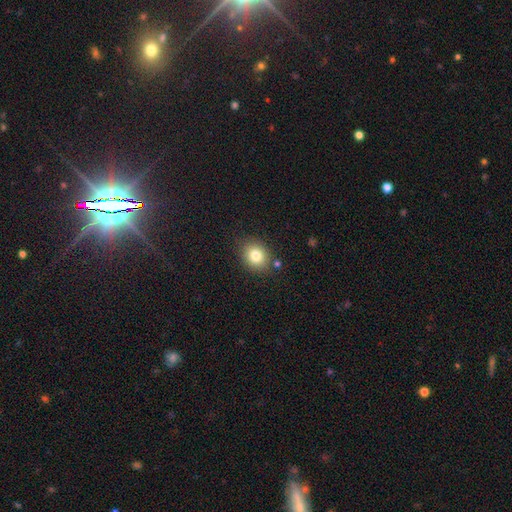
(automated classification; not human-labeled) The model was most divided on "how rounded": round: 58%, in between: 42%, cigar-shaped: 1%. More confident: merging — none (82%); smooth or featured — smooth (81%).